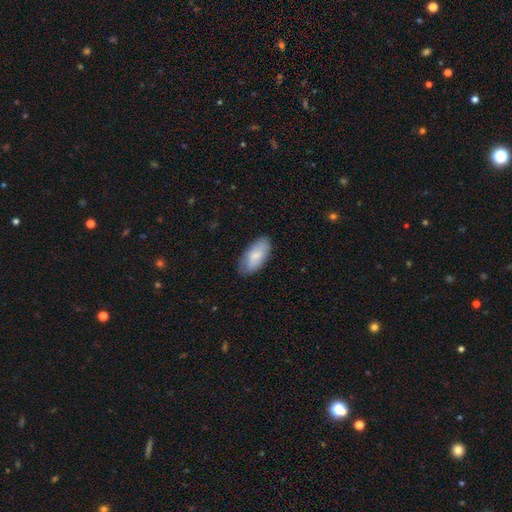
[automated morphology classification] A smooth galaxy with no disk features (79%) that is in between round and cigar-shaped (92%).

Vote fractions:
- Smooth or featured? smooth: 79% / featured or disk: 15% / star or artifact: 6%
- How rounded? in between: 92% / cigar-shaped: 6% / round: 2%
- Merging? none: 81% / minor disturbance: 15% / major disturbance: 3% / merger: 1%